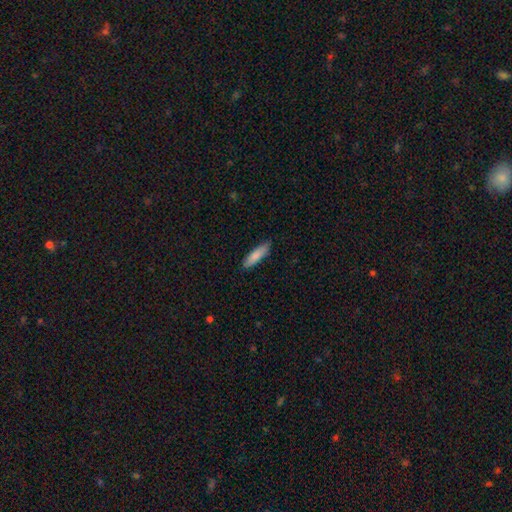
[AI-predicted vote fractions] smooth_or_featured: smooth (p=0.84) [alt: featured or disk p=0.10]
how_rounded: cigar-shaped (p=0.64) [alt: in between p=0.34]
merging: none (p=0.83) [alt: minor disturbance p=0.14]